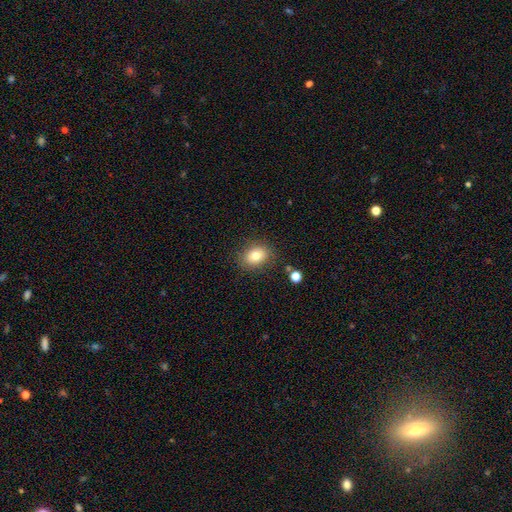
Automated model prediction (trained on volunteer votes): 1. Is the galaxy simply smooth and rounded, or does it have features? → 79% smooth, 11% star or artifact, 10% featured or disk.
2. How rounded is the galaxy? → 57% in between, 41% round, 1% cigar-shaped.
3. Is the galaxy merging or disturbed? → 83% none, 12% minor disturbance, 4% major disturbance, 2% merger.